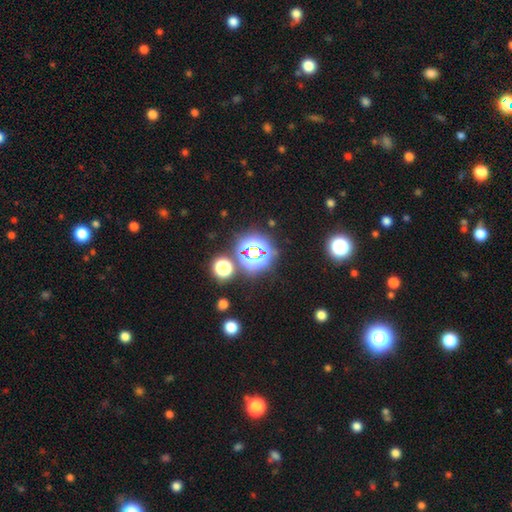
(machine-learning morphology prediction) star or artifact 68%, smooth 22%, featured or disk 10%.